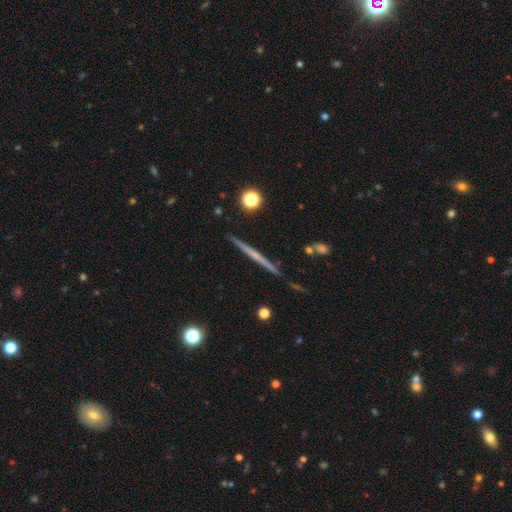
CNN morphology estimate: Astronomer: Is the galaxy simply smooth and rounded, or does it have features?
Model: featured or disk — 63%.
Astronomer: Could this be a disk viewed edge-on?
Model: yes — 98%.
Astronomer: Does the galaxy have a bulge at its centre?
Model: none — 75%.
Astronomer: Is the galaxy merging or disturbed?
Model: none — 91%.